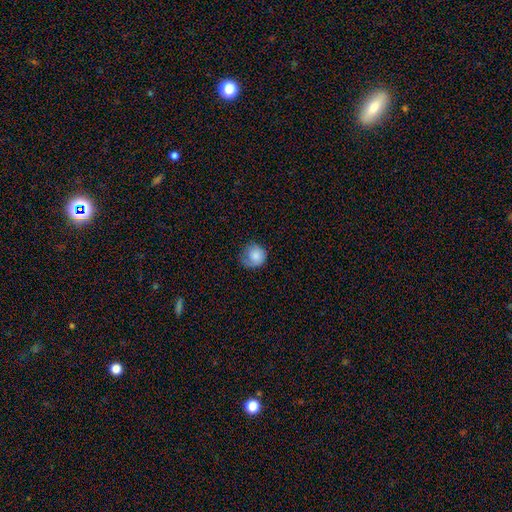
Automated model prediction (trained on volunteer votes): smooth-or-featured: smooth: 83% | featured or disk: 9% | star or artifact: 8%
  how-rounded: round: 88% | in between: 11% | cigar-shaped: 1%
  merging: none: 59% | minor disturbance: 29% | major disturbance: 11% | merger: 1%